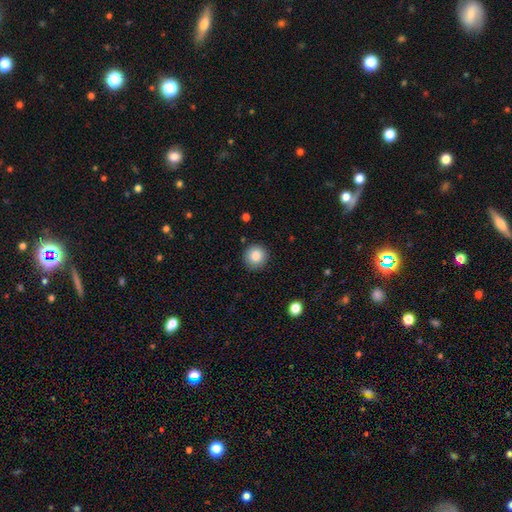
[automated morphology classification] type=smooth (86%); roundness=round (94%); merging=none (90%).